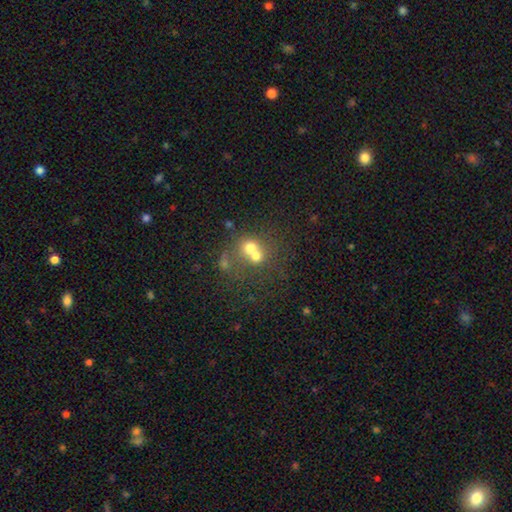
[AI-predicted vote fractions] smooth_or_featured: smooth (p=0.61) [alt: featured or disk p=0.24]
how_rounded: round (p=0.76) [alt: in between p=0.23]
merging: merger (p=0.62) [alt: none p=0.27]